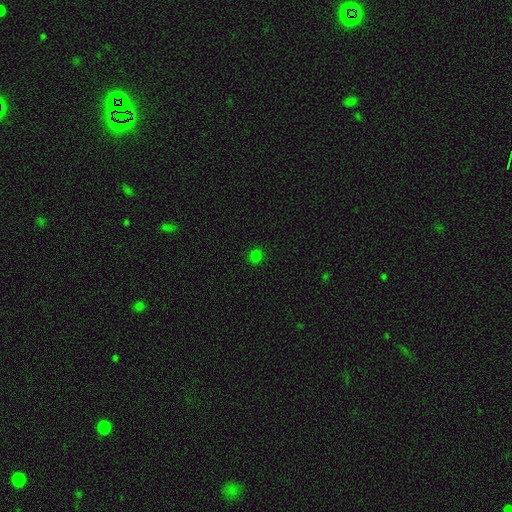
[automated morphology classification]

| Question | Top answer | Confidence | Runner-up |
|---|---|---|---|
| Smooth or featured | smooth | 77% | star or artifact (19%) |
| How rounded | round | 70% | in between (29%) |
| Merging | none | 88% | minor disturbance (8%) |